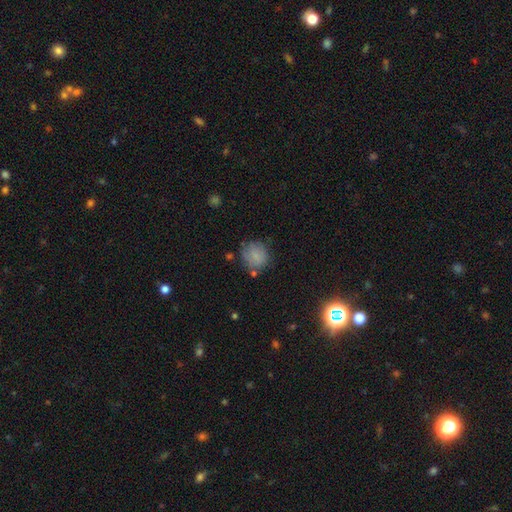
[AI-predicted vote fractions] A smooth galaxy with no disk features (78%) that is round (83%).

Vote fractions:
- Smooth or featured? smooth: 78% / featured or disk: 13% / star or artifact: 10%
- How rounded? round: 83% / in between: 16% / cigar-shaped: 1%
- Merging? none: 64% / minor disturbance: 23% / major disturbance: 8% / merger: 6%